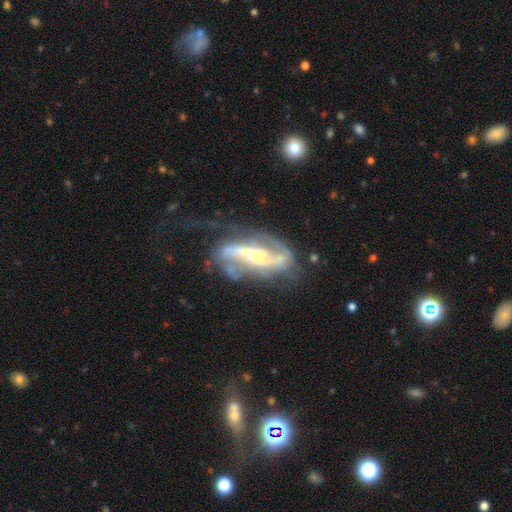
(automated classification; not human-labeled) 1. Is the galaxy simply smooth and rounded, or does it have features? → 86% featured or disk, 8% smooth, 6% star or artifact.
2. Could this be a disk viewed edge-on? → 92% no, 8% yes.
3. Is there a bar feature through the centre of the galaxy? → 44% strong, 34% weak, 22% no.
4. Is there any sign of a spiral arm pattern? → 93% yes, 7% no.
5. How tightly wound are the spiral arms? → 44% loose, 40% medium, 16% tight.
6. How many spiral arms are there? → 82% 2, 7% can't tell, 4% 1, 3% 3, 1% 4, 1% more than 4.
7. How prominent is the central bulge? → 55% moderate, 25% small, 14% large, 4% none, 2% dominant.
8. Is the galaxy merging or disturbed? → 48% none, 25% major disturbance, 22% minor disturbance, 5% merger.